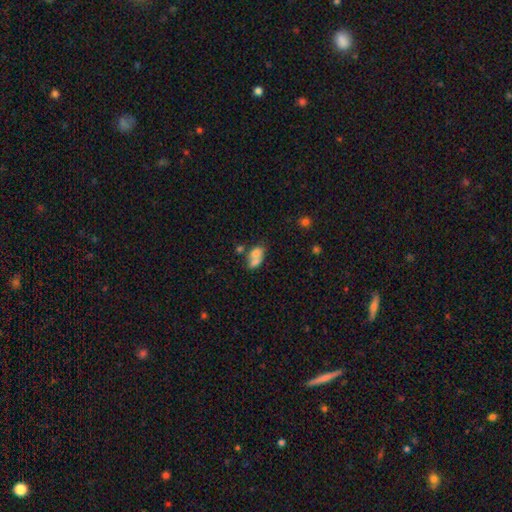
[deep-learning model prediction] smooth-or-featured: smooth: 68% | featured or disk: 22% | star or artifact: 10%
  how-rounded: in between: 76% | round: 22% | cigar-shaped: 3%
  merging: merger: 59% | none: 24% | minor disturbance: 10% | major disturbance: 7%